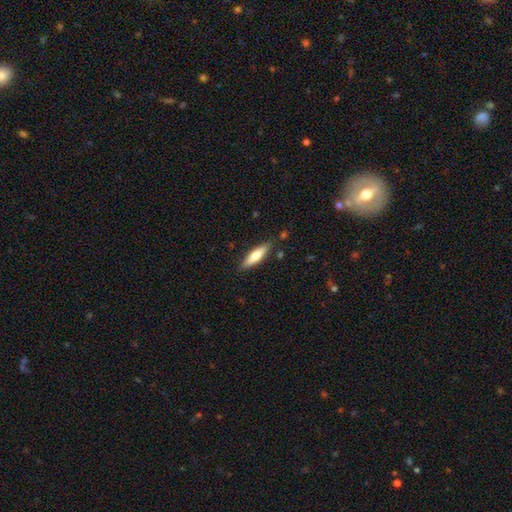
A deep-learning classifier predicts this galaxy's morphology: smooth-or-featured: smooth: 61% | featured or disk: 33% | star or artifact: 6%
  how-rounded: cigar-shaped: 71% | in between: 28% | round: 2%
  merging: none: 85% | minor disturbance: 11% | merger: 2% | major disturbance: 2%